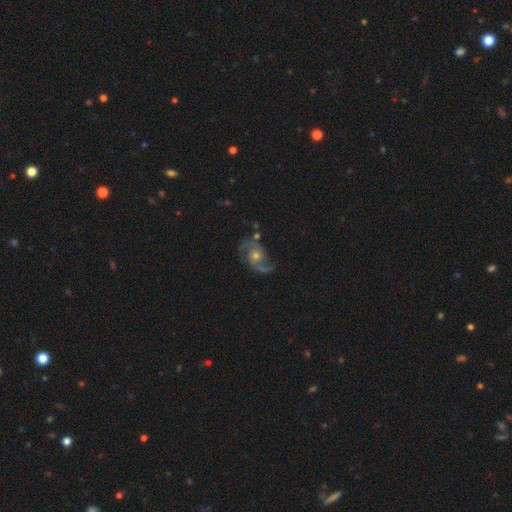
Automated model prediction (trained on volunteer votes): featured or disk 88%, star or artifact 7%, smooth 5%. Down the decision tree: edge-on disk — no (97%); bar — no (71%); spiral arms — yes (97%); spiral arm count — 2 (91%); spiral winding — medium (51%); bulge size — moderate (54%); merging — none (75%).